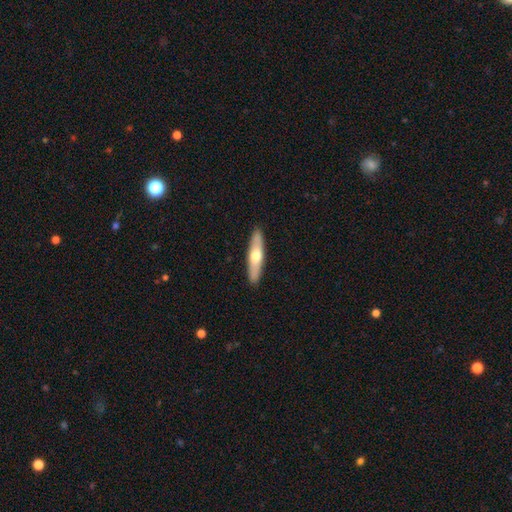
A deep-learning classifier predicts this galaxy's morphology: smooth 54%, featured or disk 41%, star or artifact 5%. Down the decision tree: how rounded — cigar-shaped (79%); merging — none (91%).